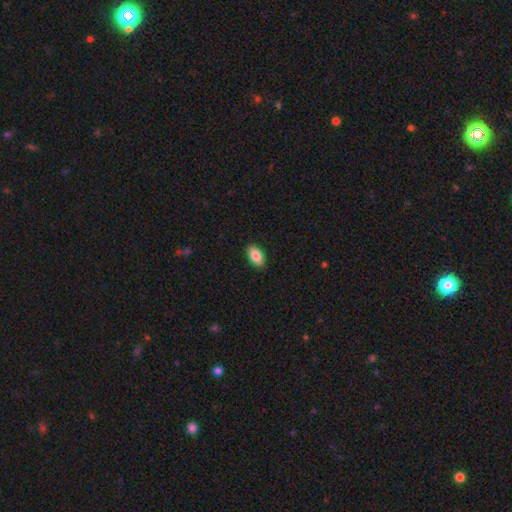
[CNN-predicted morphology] Q: Smooth or featured?
A: smooth (86%); runner-up: featured or disk (7%)
Q: How rounded?
A: in between (93%); runner-up: round (4%)
Q: Merging?
A: none (89%); runner-up: minor disturbance (8%)